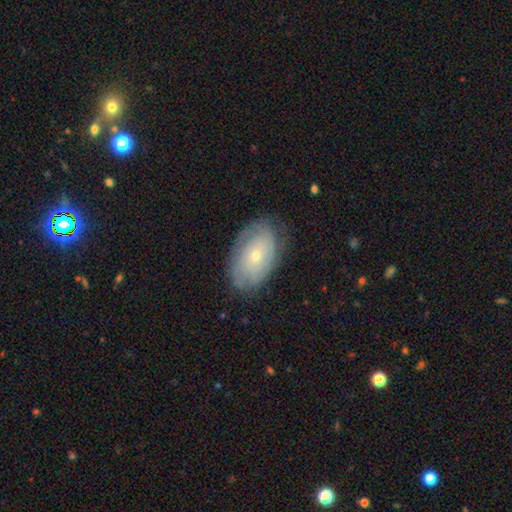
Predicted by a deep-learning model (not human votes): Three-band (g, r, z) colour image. It shows a featured or disk galaxy (56%) with no bar (85%), spiral arms (68%) and a small central bulge (70%). Merging: none (75%).